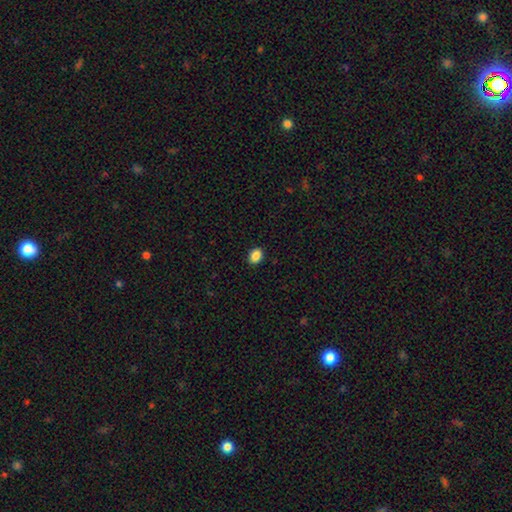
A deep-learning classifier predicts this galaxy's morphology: A smooth galaxy with no disk features (88%) that is in between round and cigar-shaped (69%). Merging: none (91%).